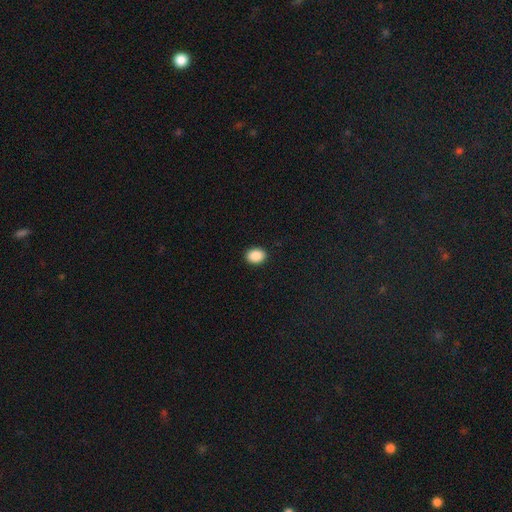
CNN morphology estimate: smooth 90%, star or artifact 8%, featured or disk 2%. Down the decision tree: how rounded — in between (65%); merging — none (91%).